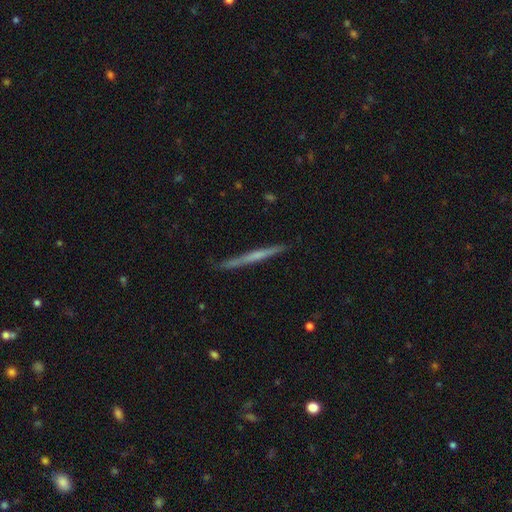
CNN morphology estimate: This appears to be a featured or disk galaxy (55%) viewed edge-on (97%) with no central bulge (71%). Merging: none (87%).